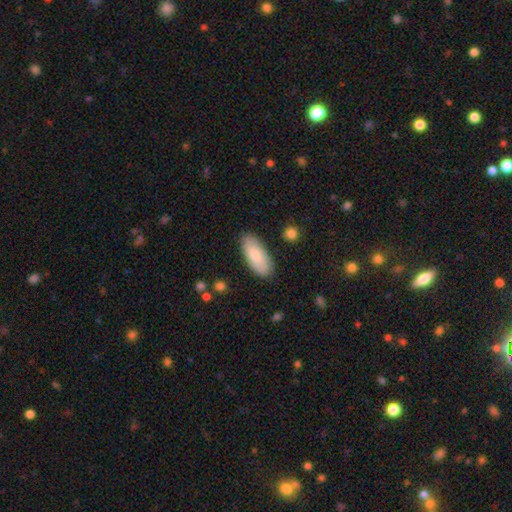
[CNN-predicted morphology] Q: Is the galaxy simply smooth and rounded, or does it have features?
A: smooth — 80%.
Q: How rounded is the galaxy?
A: in between — 85%.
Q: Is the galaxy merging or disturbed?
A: none — 86%.